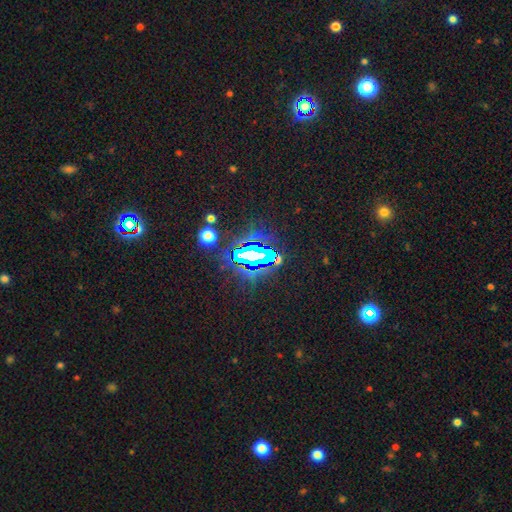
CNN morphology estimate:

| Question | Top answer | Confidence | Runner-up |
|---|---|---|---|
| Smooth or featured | star or artifact | 72% | smooth (14%) |